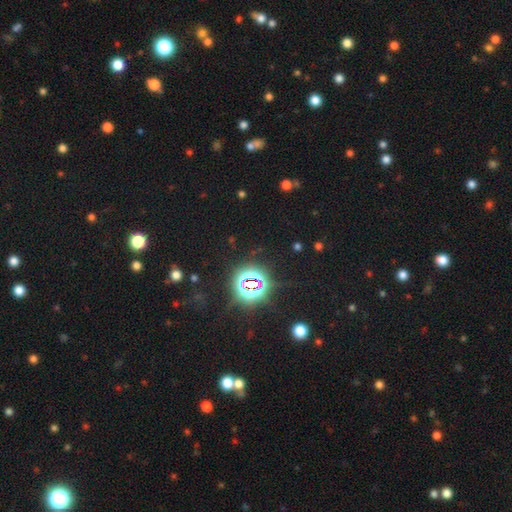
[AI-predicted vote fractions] Smooth or featured: star or artifact — 82% (smooth — 11%)